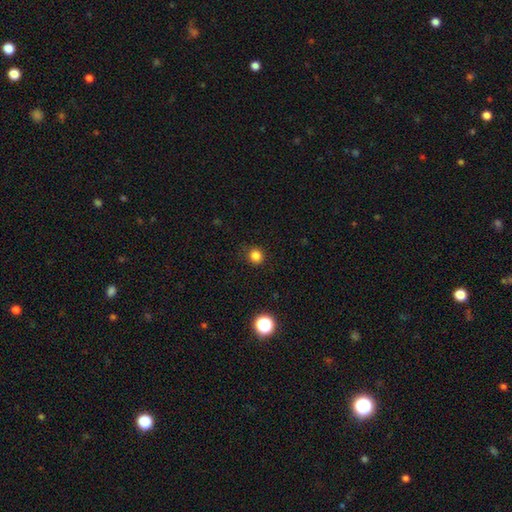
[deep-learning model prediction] Morphology: type=smooth (83%); roundness=round (91%); merging=none (88%).